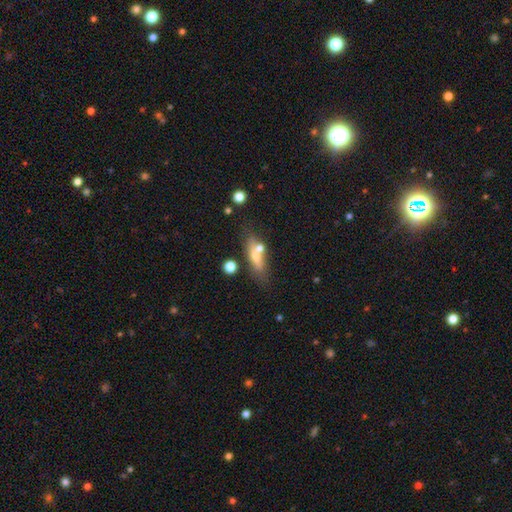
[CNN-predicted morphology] Smooth or featured? smooth (53%)
How rounded? cigar-shaped (51%)
Merging? none (57%)